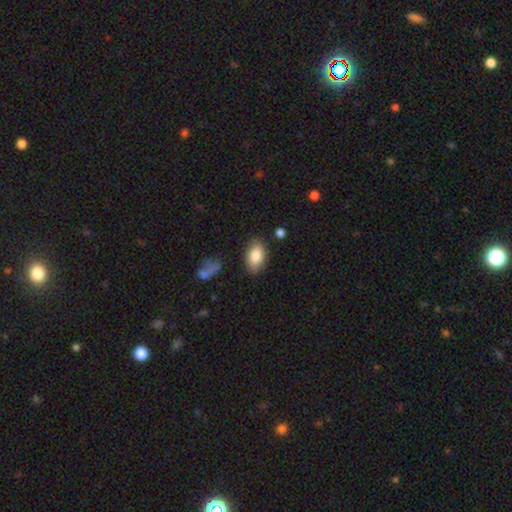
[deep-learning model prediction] A smooth galaxy with no disk features (85%) that is in between round and cigar-shaped (92%).

Vote fractions:
- Smooth or featured? smooth: 85% / featured or disk: 9% / star or artifact: 7%
- How rounded? in between: 92% / round: 6% / cigar-shaped: 2%
- Merging? none: 82% / minor disturbance: 12% / major disturbance: 3% / merger: 3%